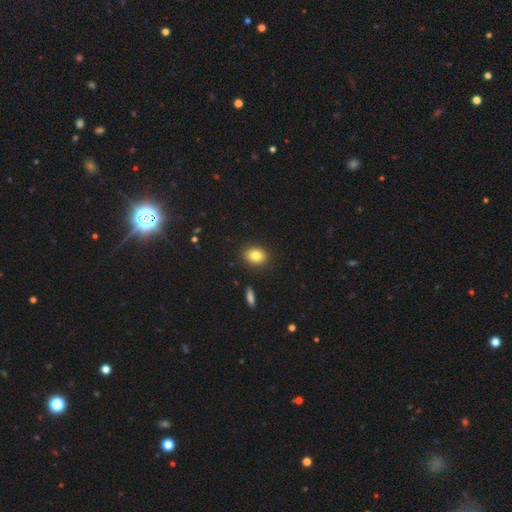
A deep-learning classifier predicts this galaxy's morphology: Overall: smooth (82%). How rounded: in between (61%; round 37%). Merging: none (88%).